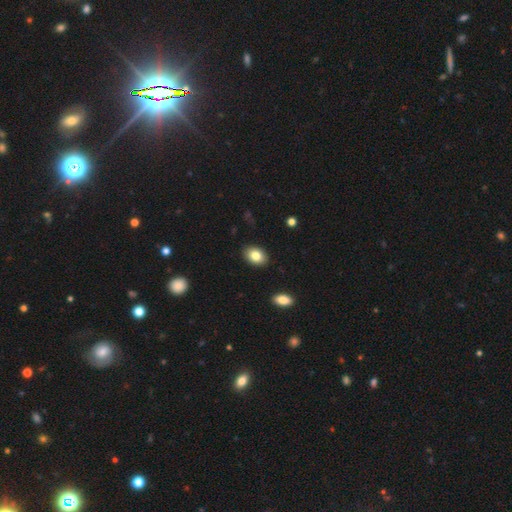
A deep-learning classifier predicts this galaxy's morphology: smooth_or_featured: smooth (p=0.83) [alt: featured or disk p=0.09]
how_rounded: in between (p=0.80) [alt: round p=0.19]
merging: none (p=0.88) [alt: minor disturbance p=0.08]